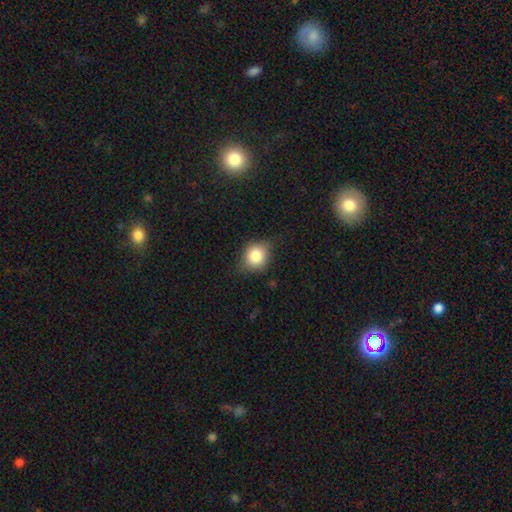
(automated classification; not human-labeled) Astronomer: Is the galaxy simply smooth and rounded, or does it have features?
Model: smooth — 80%.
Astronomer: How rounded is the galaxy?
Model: round — 70%.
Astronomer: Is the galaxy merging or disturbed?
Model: none — 70%.